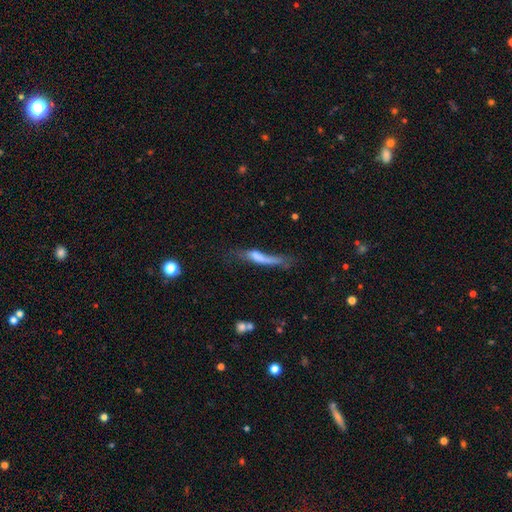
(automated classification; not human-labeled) Smooth or featured? smooth (53%)
How rounded? cigar-shaped (80%)
Merging? major disturbance (37%)